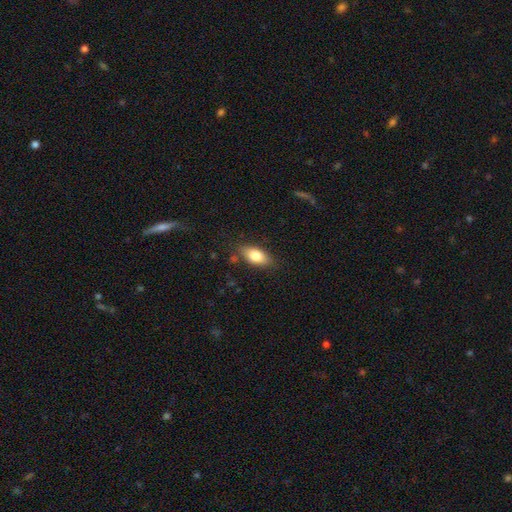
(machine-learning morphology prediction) This appears to be a smooth galaxy with no disk features (79%) that is in between round and cigar-shaped (86%). Merging: none (80%).